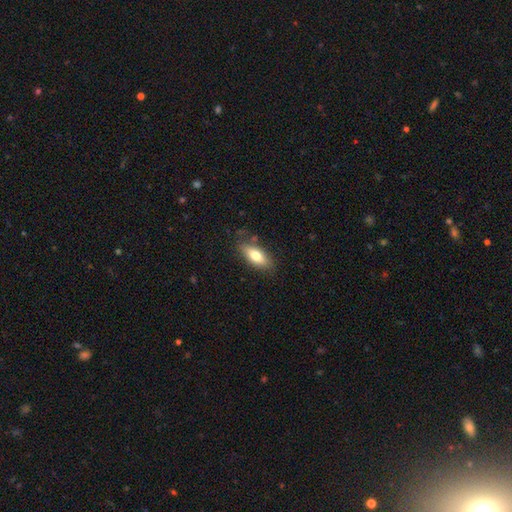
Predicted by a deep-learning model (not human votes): Smooth or featured? smooth (74%)
How rounded? in between (77%)
Merging? none (79%)